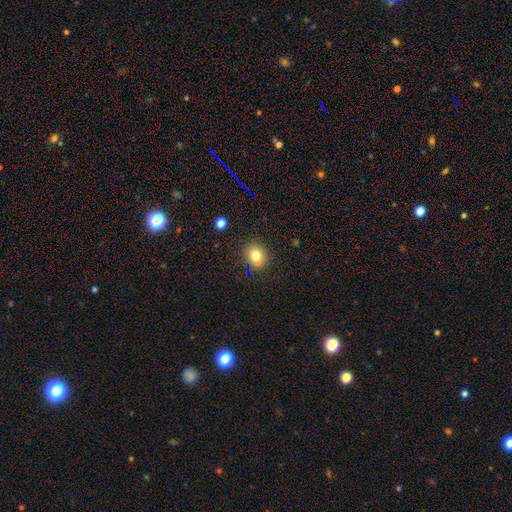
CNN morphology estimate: smooth 74%, star or artifact 15%, featured or disk 11%. Down the decision tree: how rounded — round (78%); merging — none (68%).